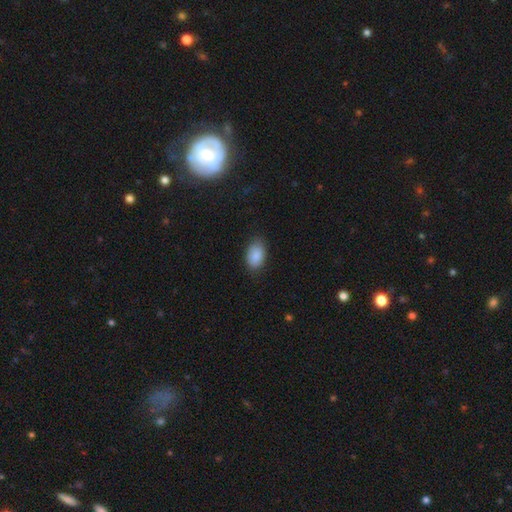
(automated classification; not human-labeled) The model was most divided on "merging": none: 80%, minor disturbance: 16%, major disturbance: 3%, merger: 1%. More confident: how rounded — in between (91%); smooth or featured — smooth (88%).